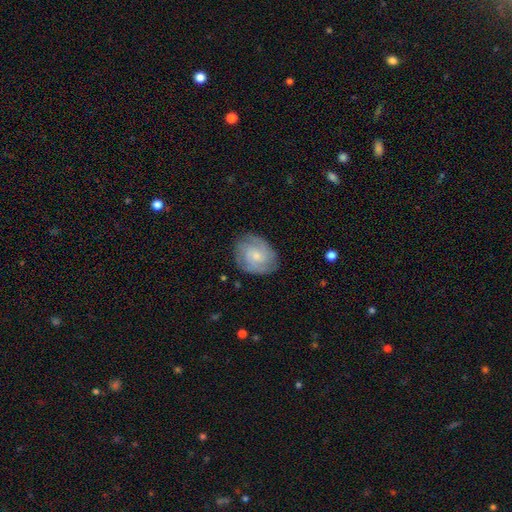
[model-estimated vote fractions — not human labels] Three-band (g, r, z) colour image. It shows a featured or disk galaxy (61%) with no bar (65%), tight (52%) spiral arms (89%) and a small central bulge (50%). Merging: none (78%).